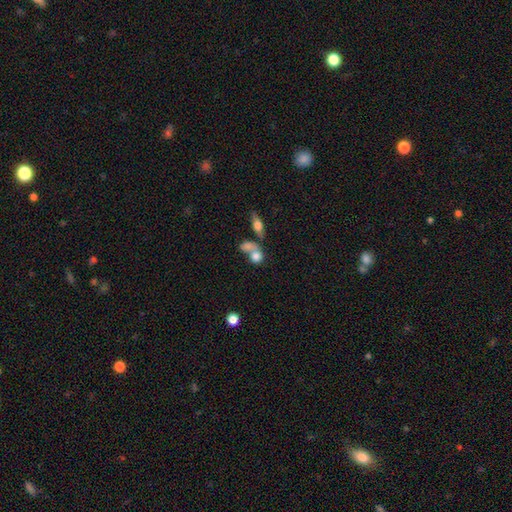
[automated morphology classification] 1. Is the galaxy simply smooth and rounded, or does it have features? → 75% smooth, 15% featured or disk, 9% star or artifact.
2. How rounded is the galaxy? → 59% round, 37% in between, 4% cigar-shaped.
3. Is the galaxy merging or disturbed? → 53% merger, 32% none, 9% minor disturbance, 7% major disturbance.